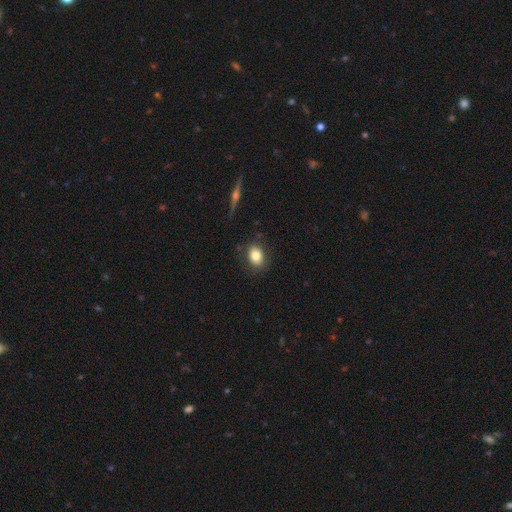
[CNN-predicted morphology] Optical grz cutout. It shows a smooth galaxy with no disk features (79%) that is in between round and cigar-shaped (65%). Merging: none (83%).